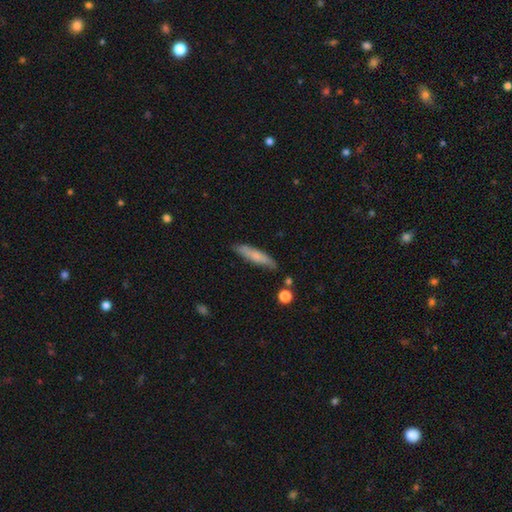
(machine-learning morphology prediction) This appears to be a smooth galaxy with no disk features (64%) that is cigar-shaped (85%). Merging: none (81%).